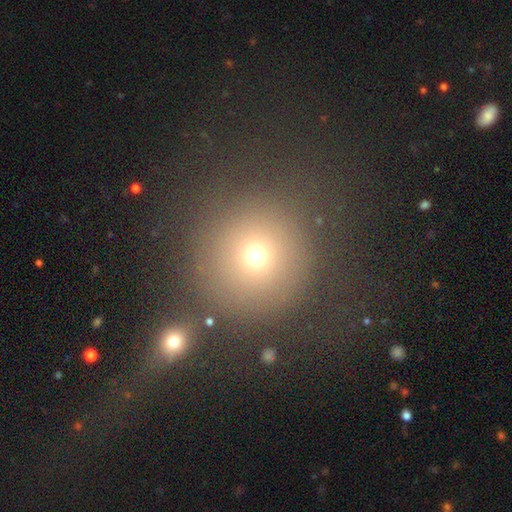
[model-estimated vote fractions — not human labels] Smooth or featured: smooth — 70% (star or artifact — 19%)
How rounded: round — 94% (in between — 5%)
Merging: none — 73% (minor disturbance — 10%)